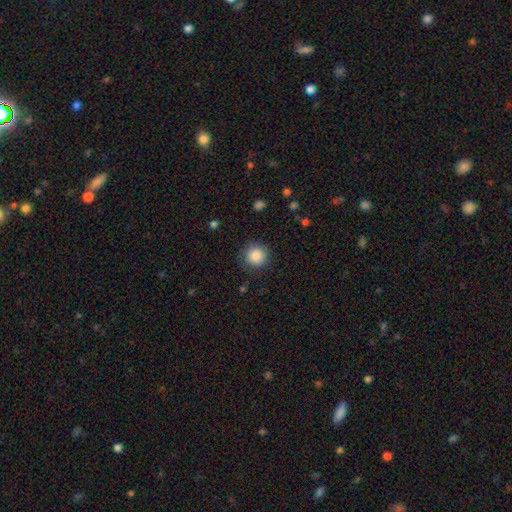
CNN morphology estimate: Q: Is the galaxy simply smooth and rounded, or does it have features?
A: smooth — 86%.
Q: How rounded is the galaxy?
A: round — 94%.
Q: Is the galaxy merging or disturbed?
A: none — 86%.